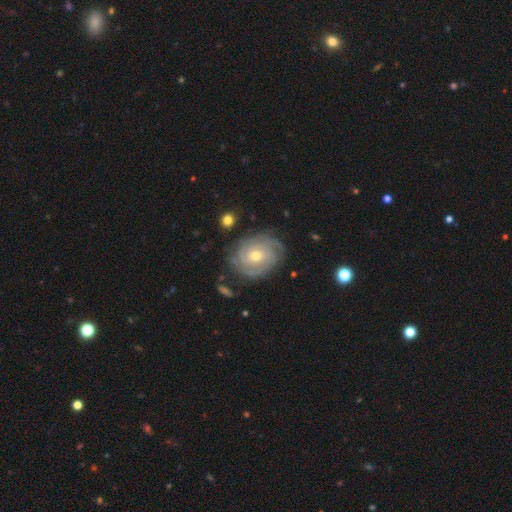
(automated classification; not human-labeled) A featured or disk galaxy (83%) with no bar (65%), tight (78%) spiral arms (95%) and a small central bulge (50%). Merging: none (78%).